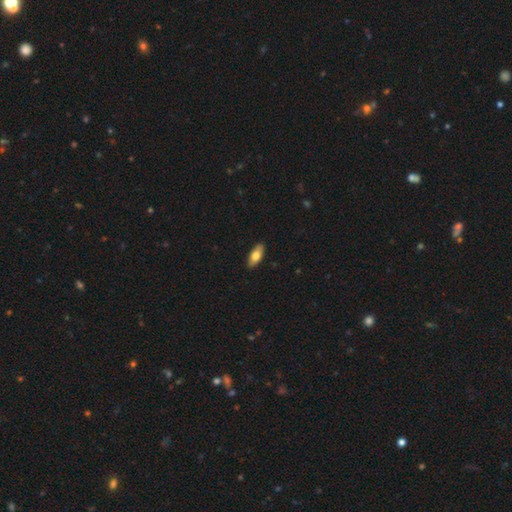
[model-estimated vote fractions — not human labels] Smooth or featured?
  - smooth: 74% *
  - featured or disk: 20%
  - star or artifact: 6%
How rounded?
  - in between: 81% *
  - cigar-shaped: 17%
  - round: 2%
Merging?
  - none: 90% *
  - minor disturbance: 7%
  - major disturbance: 1%
  - merger: 1%